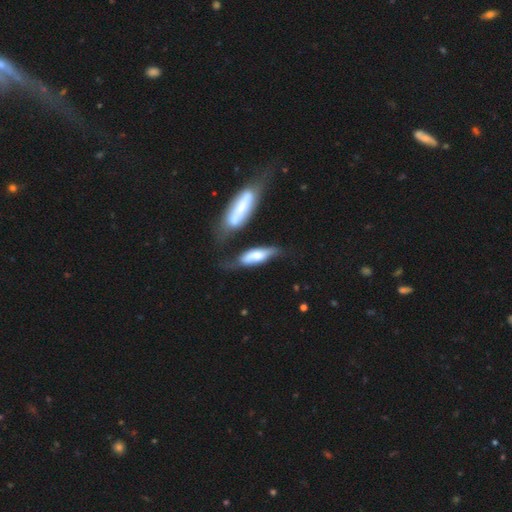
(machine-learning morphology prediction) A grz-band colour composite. It shows a smooth galaxy with no disk features (53%) that is in between round and cigar-shaped (54%). Merging: none (32%).